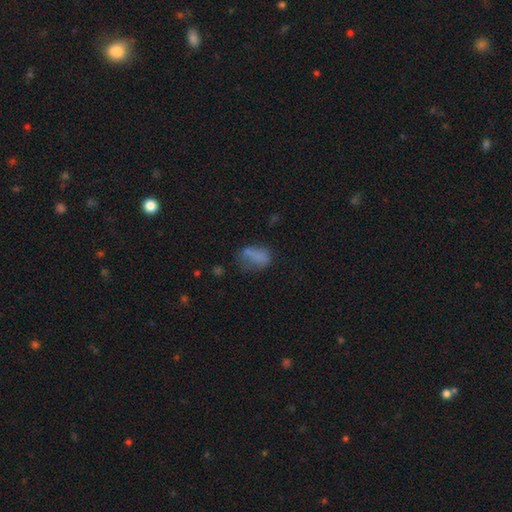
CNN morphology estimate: Overall: smooth (70%). How rounded: in between (78%). Merging: none (42%; minor disturbance 27%).